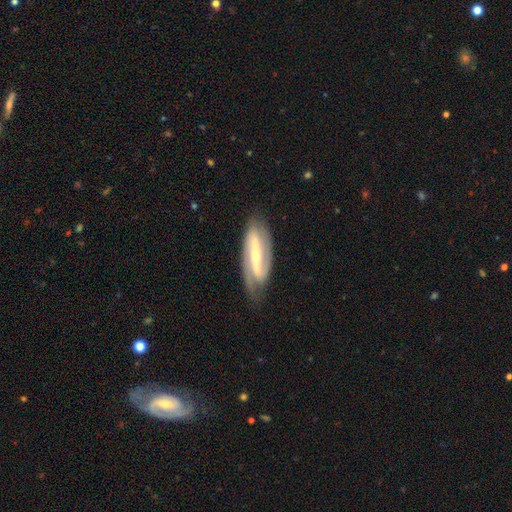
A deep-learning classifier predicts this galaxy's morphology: type=featured or disk (87%); edge-on=no (90%); bar=strong (66%); spiral arms=yes (95%); winding=medium (43%); arm count=2 (88%); bulge=small (60%); merging=none (77%).